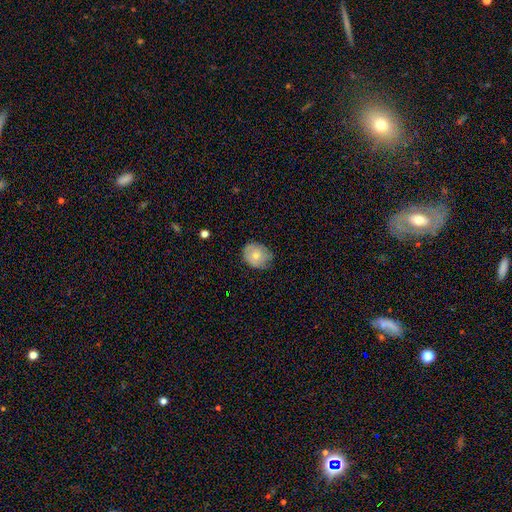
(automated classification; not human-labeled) Q: Smooth or featured?
A: smooth (65%); runner-up: featured or disk (27%)
Q: How rounded?
A: round (57%); runner-up: in between (42%)
Q: Merging?
A: none (65%); runner-up: minor disturbance (28%)